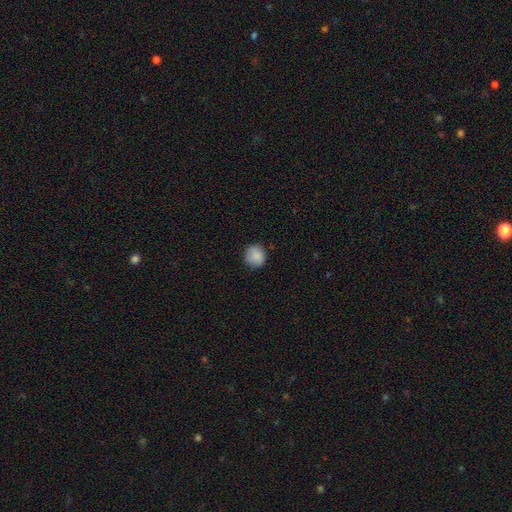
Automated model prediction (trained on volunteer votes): Smooth or featured? Predicted: smooth (p=0.86). How rounded? Predicted: round (p=0.87). Merging? Predicted: none (p=0.84).